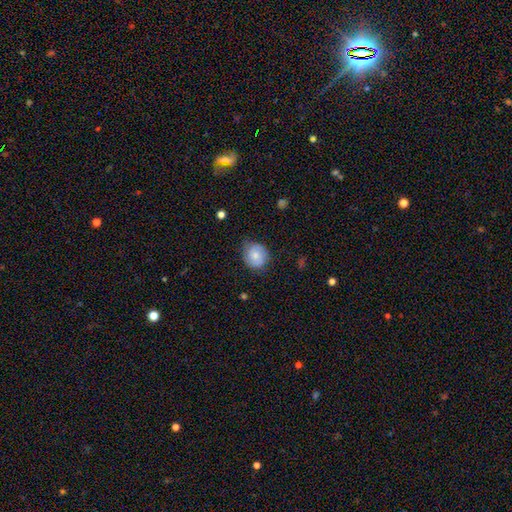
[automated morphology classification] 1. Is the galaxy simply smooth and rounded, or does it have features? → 74% smooth, 18% featured or disk, 8% star or artifact.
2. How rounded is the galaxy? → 78% round, 21% in between, 1% cigar-shaped.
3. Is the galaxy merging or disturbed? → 66% none, 27% minor disturbance, 6% major disturbance, 1% merger.